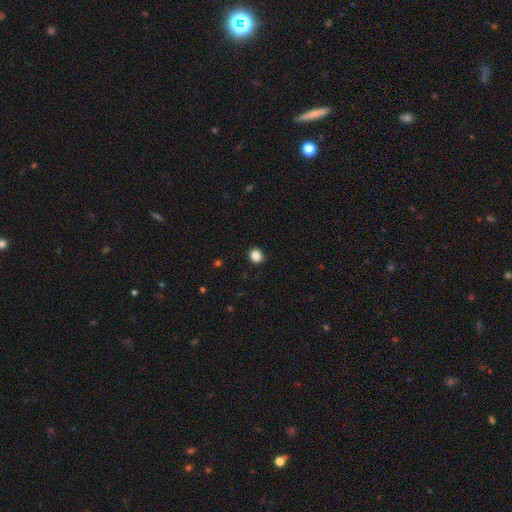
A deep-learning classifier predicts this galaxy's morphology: The model was most divided on "how rounded": round: 76%, in between: 23%, cigar-shaped: 1%. More confident: merging — none (92%); smooth or featured — smooth (87%).